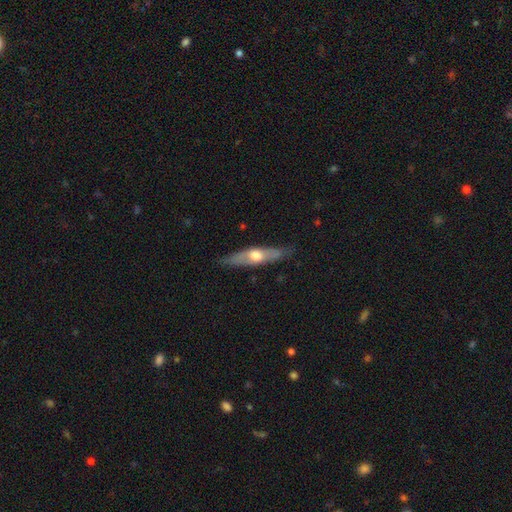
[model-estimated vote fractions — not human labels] Smooth or featured? Predicted: featured or disk (p=0.53). Edge-on disk? Predicted: yes (p=0.79). Merging? Predicted: none (p=0.82).